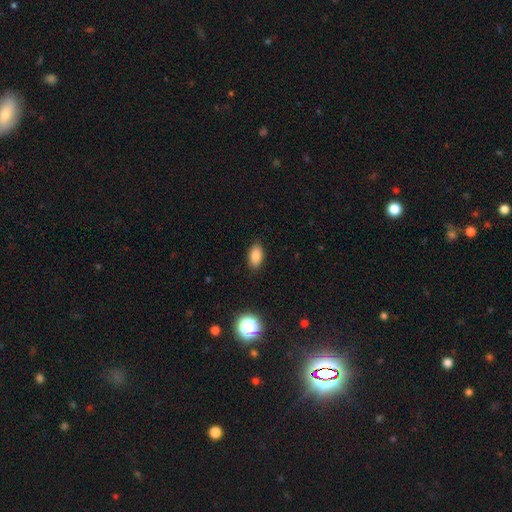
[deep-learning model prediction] Morphology: type=smooth (83%); roundness=in between (91%); merging=none (87%).